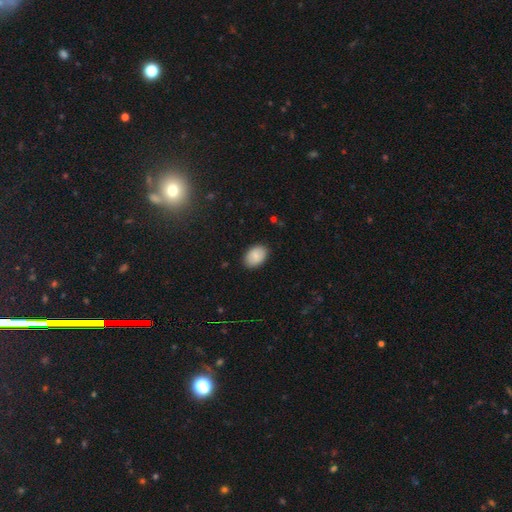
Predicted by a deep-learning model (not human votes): A smooth galaxy with no disk features (85%) that is in between round and cigar-shaped (86%).

Vote fractions:
- Smooth or featured? smooth: 85% / featured or disk: 9% / star or artifact: 7%
- How rounded? in between: 86% / round: 13% / cigar-shaped: 1%
- Merging? none: 86% / minor disturbance: 10% / major disturbance: 2% / merger: 1%